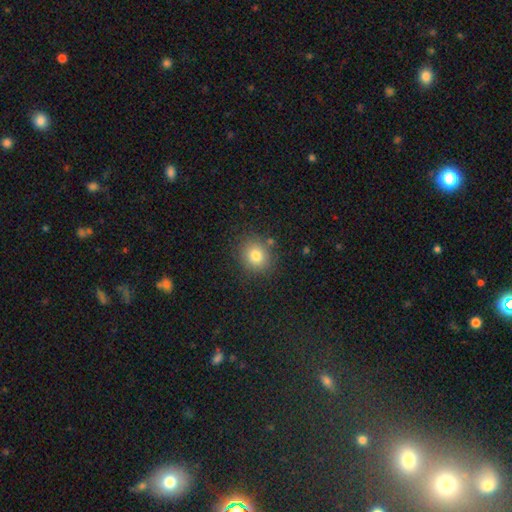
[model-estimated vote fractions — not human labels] This is likely a smooth galaxy (79%). How rounded: likely round (80%). Merging: clearly none (84%).